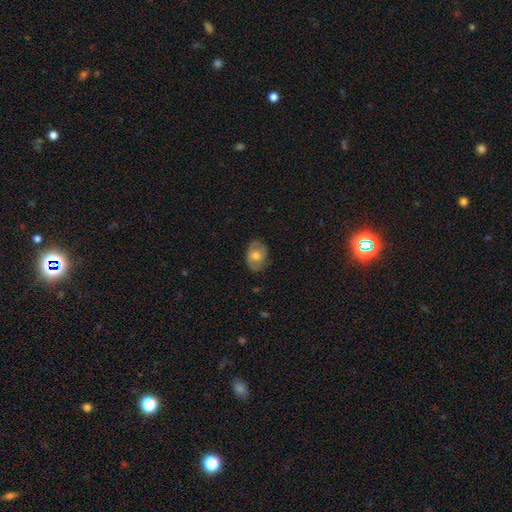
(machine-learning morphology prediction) Smooth or featured: smooth — 56% (featured or disk — 36%)
How rounded: in between — 74% (round — 25%)
Merging: none — 78% (minor disturbance — 17%)